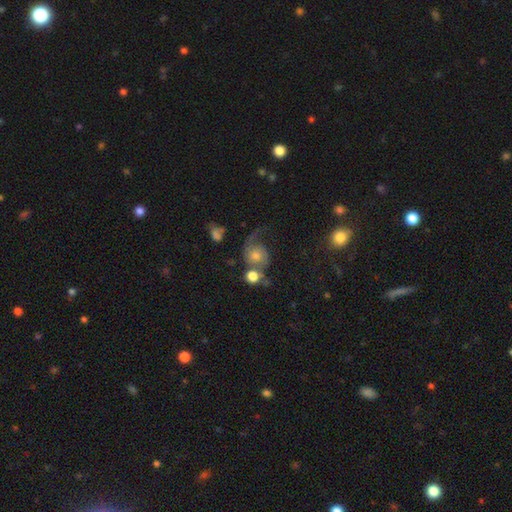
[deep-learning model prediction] smooth_or_featured: featured or disk (p=0.57) [alt: smooth p=0.32]
disk_edge_on: no (p=0.97) [alt: yes p=0.03]
bar: no (p=0.76) [alt: weak p=0.21]
has_spiral_arms: yes (p=0.87) [alt: no p=0.13]
bulge_size: moderate (p=0.45) [alt: small p=0.38]
merging: none (p=0.34) [alt: major disturbance p=0.31]